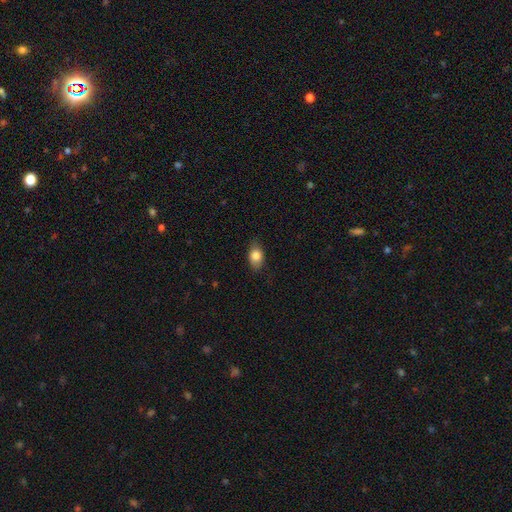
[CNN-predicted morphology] Smooth or featured? smooth (82%)
How rounded? in between (82%)
Merging? none (82%)